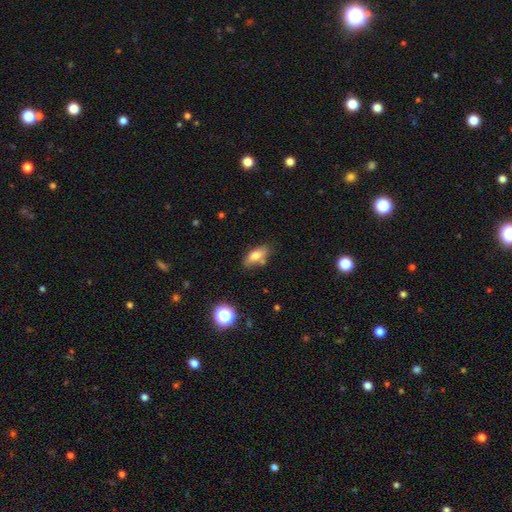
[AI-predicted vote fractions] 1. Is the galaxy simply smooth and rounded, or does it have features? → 73% smooth, 18% featured or disk, 9% star or artifact.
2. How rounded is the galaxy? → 80% in between, 15% cigar-shaped, 5% round.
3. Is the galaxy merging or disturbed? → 70% none, 17% minor disturbance, 10% merger, 4% major disturbance.